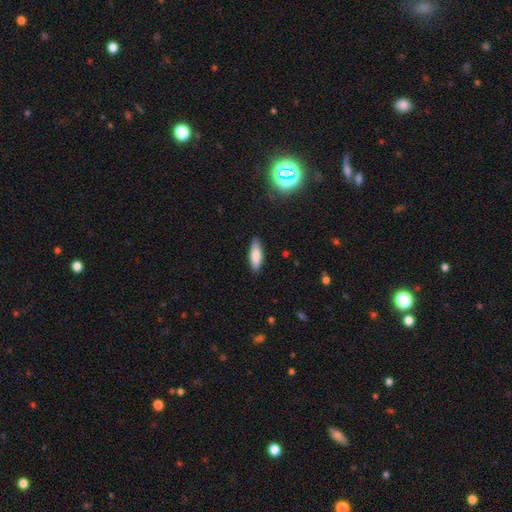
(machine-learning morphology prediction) Smooth or featured?
  - smooth: 82% *
  - featured or disk: 11%
  - star or artifact: 7%
How rounded?
  - in between: 57% *
  - cigar-shaped: 41%
  - round: 2%
Merging?
  - none: 86% *
  - minor disturbance: 11%
  - major disturbance: 2%
  - merger: 1%